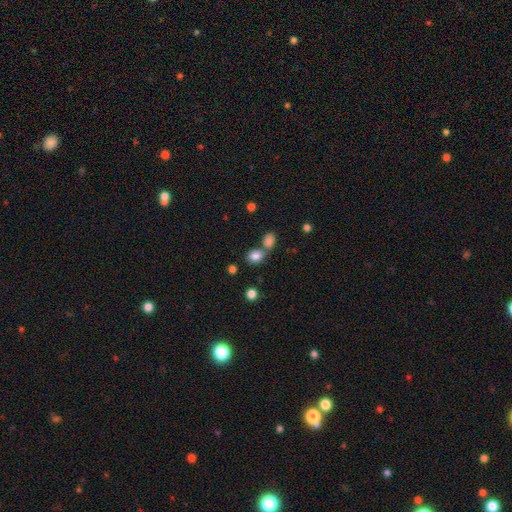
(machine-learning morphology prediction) The model was most divided on "how rounded": round: 51%, in between: 48%, cigar-shaped: 1%. More confident: smooth or featured — smooth (84%); merging — none (54%).